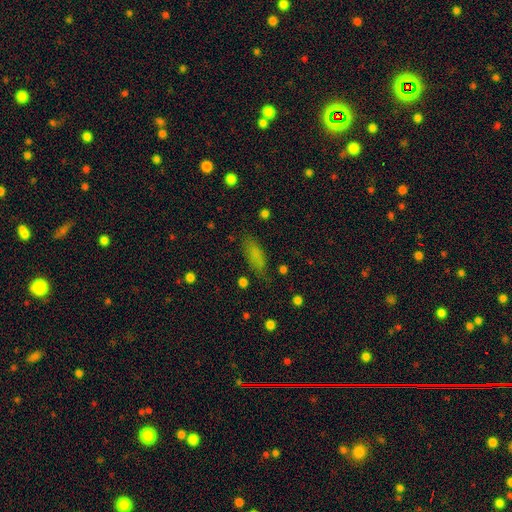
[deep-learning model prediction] Smooth or featured?
  - smooth: 75% *
  - star or artifact: 13%
  - featured or disk: 12%
How rounded?
  - in between: 68% *
  - cigar-shaped: 28%
  - round: 4%
Merging?
  - none: 70% *
  - minor disturbance: 21%
  - major disturbance: 7%
  - merger: 3%